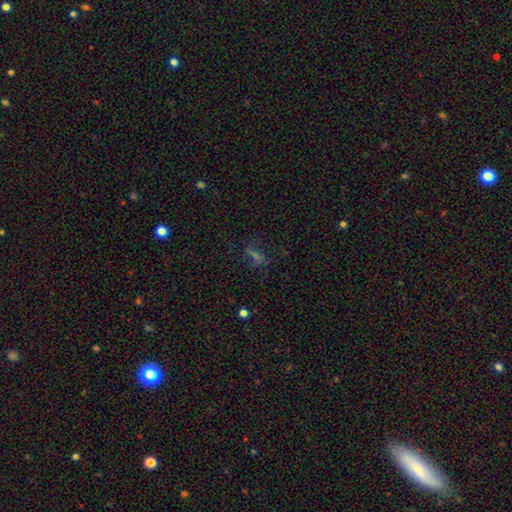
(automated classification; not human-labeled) Overall: star or artifact (39%; smooth 36%).